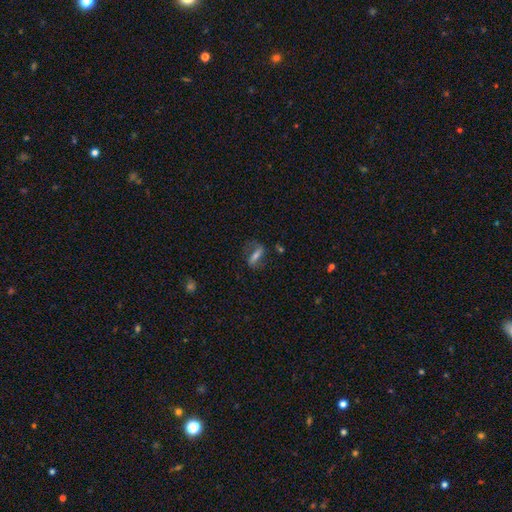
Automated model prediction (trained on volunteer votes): smooth-or-featured: featured or disk: 51% | smooth: 38% | star or artifact: 11%
  disk-edge-on: no: 80% | yes: 20%
  merging: none: 66% | minor disturbance: 19% | major disturbance: 13% | merger: 2%